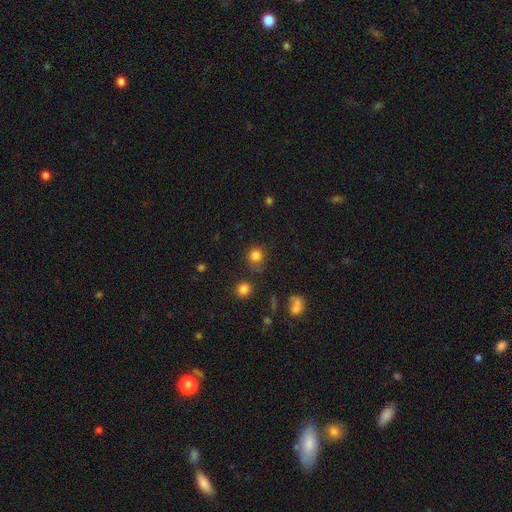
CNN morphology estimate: This is clearly a smooth galaxy (81%). How rounded: clearly round (86%). Merging: likely none (68%).